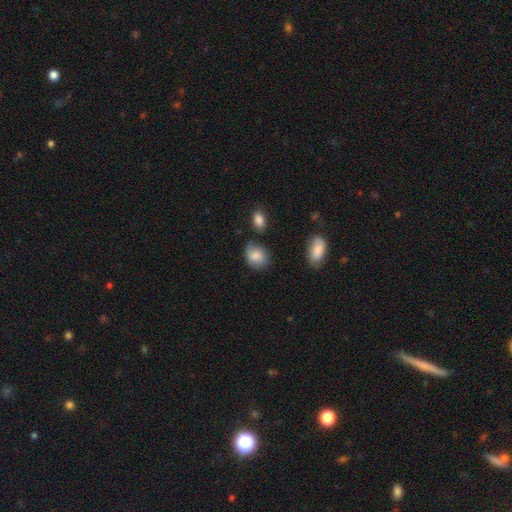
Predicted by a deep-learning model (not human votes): smooth 83%, featured or disk 9%, star or artifact 8%. Down the decision tree: how rounded — in between (54%); merging — none (60%).